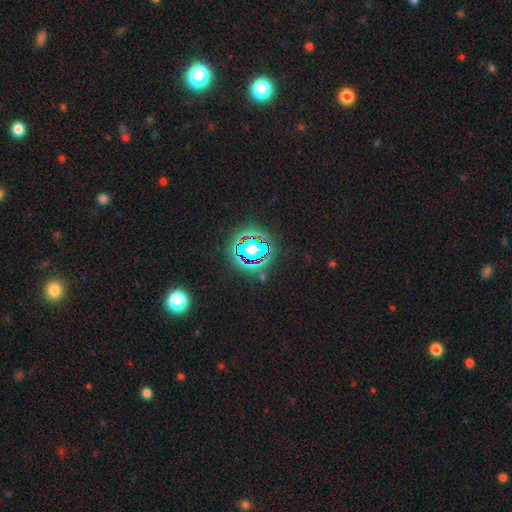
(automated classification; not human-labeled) This appears to be a star or artifact, not a galaxy (77%).